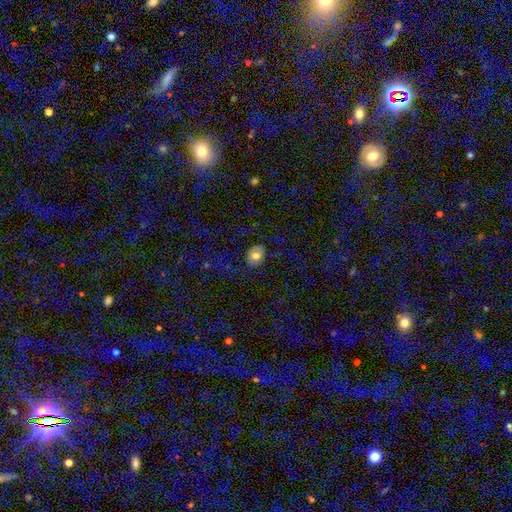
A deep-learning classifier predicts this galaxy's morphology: This appears to be a smooth galaxy with no disk features (72%) that is in between round and cigar-shaped (66%). Merging: none (79%).